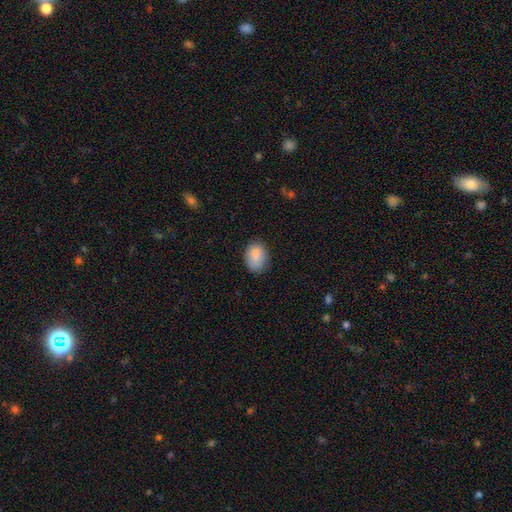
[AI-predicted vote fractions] smooth_or_featured: smooth (p=0.86) [alt: star or artifact p=0.08]
how_rounded: in between (p=0.76) [alt: round p=0.23]
merging: none (p=0.78) [alt: minor disturbance p=0.17]